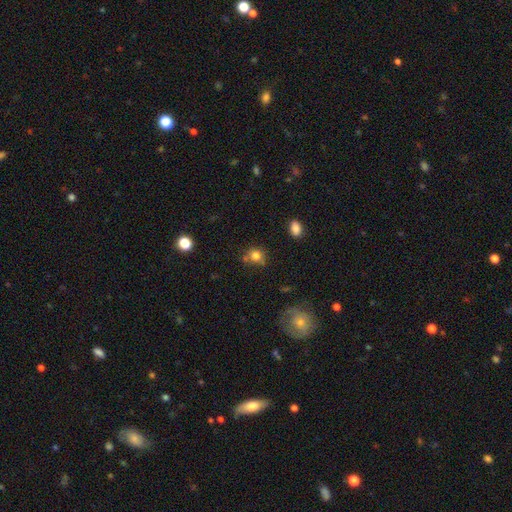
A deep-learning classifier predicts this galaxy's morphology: smooth 79%, star or artifact 13%, featured or disk 9%. Down the decision tree: how rounded — round (75%); merging — none (63%).